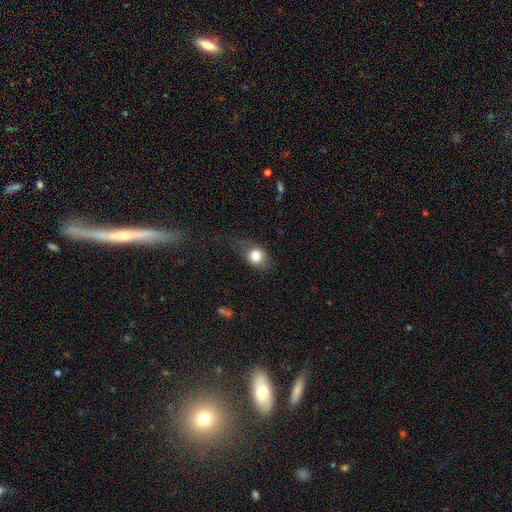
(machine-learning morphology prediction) Smooth or featured? Predicted: smooth (p=0.80). How rounded? Predicted: round (p=0.53). Merging? Predicted: none (p=0.58).